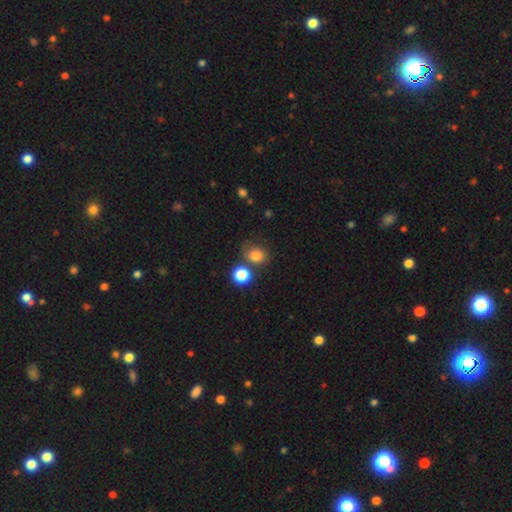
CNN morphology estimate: smooth-or-featured: smooth: 79% | star or artifact: 13% | featured or disk: 7%
  how-rounded: round: 60% | in between: 39% | cigar-shaped: 1%
  merging: none: 66% | minor disturbance: 15% | merger: 14% | major disturbance: 5%